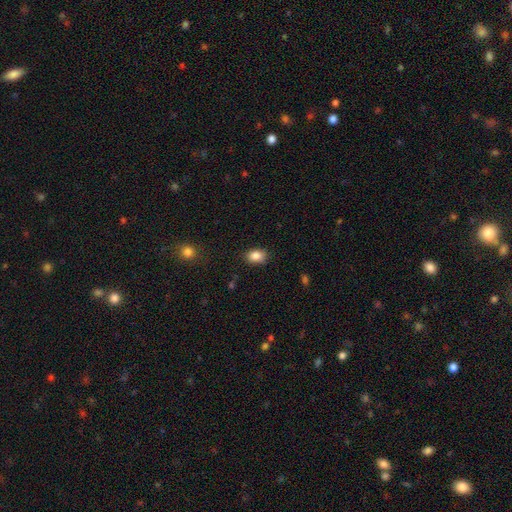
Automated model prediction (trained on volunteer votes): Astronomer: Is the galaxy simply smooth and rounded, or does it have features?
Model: smooth — 86%.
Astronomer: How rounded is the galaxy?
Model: in between — 74%.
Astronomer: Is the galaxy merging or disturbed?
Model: none — 80%.